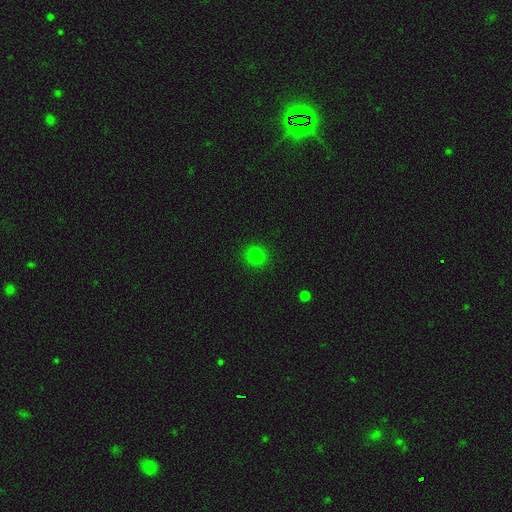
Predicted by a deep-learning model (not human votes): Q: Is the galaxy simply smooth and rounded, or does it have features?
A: smooth — 81%.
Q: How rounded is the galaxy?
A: round — 85%.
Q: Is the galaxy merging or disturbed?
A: none — 91%.